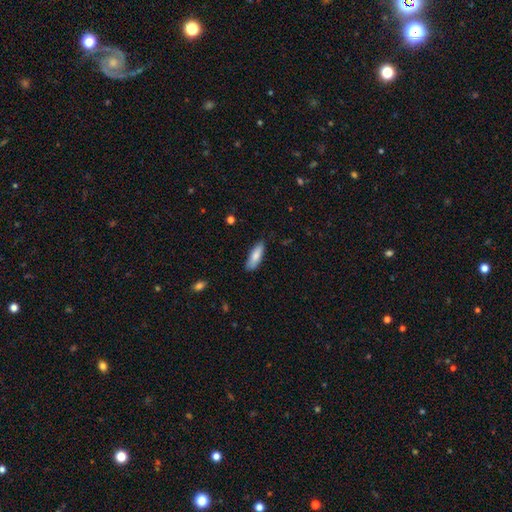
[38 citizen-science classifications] smooth_or_featured: smooth (p=0.76) [alt: featured or disk p=0.16]
how_rounded: in between (p=0.62) [alt: cigar-shaped p=0.38]
merging: none (p=0.69) [alt: minor disturbance p=0.29]